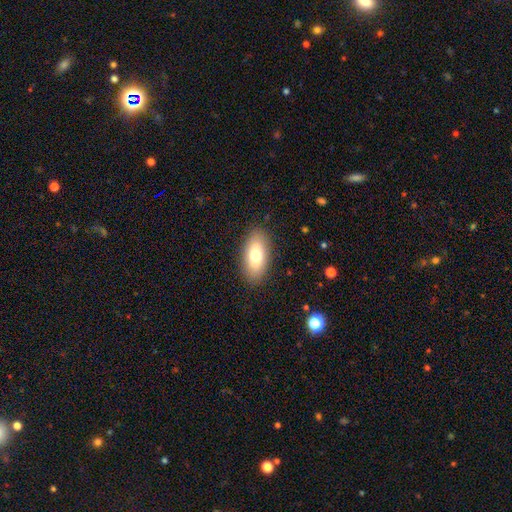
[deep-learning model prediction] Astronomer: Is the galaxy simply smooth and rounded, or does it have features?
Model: smooth — 75%.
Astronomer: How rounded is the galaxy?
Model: in between — 88%.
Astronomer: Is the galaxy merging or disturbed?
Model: none — 88%.